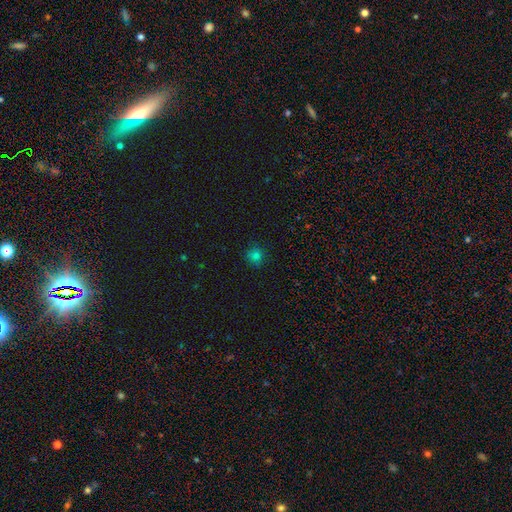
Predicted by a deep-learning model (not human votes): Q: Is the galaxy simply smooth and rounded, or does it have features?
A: smooth — 78%.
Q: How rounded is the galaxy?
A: round — 91%.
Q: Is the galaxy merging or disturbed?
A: none — 87%.